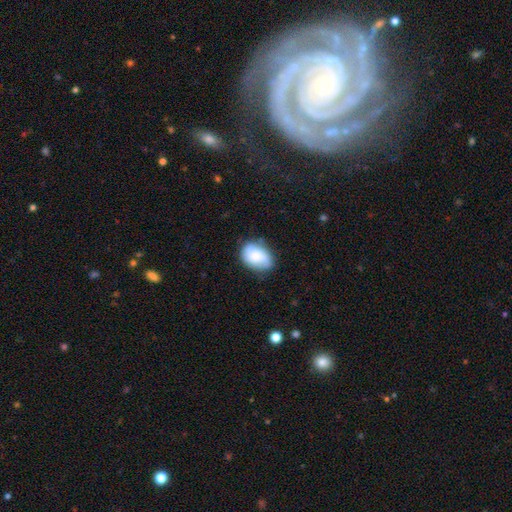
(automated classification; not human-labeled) Smooth or featured?
  - smooth: 76% *
  - featured or disk: 17%
  - star or artifact: 7%
How rounded?
  - in between: 79% *
  - round: 20%
  - cigar-shaped: 1%
Merging?
  - none: 62% *
  - minor disturbance: 27%
  - major disturbance: 7%
  - merger: 4%